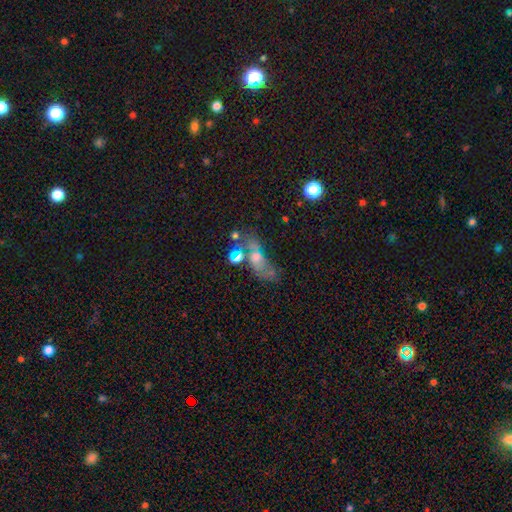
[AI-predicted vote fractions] Morphology: type=smooth (41%); merging=none (30%, tied with merger).